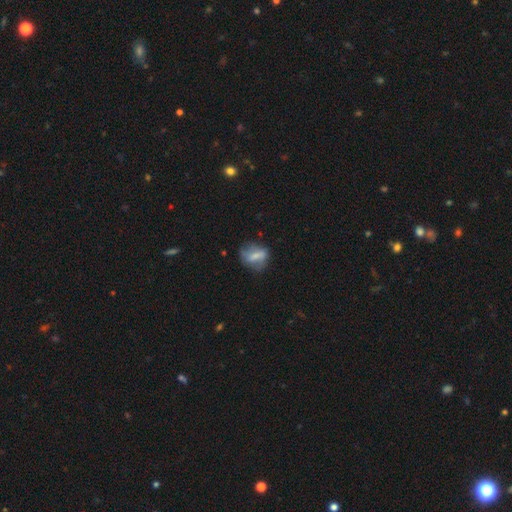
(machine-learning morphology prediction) Smooth or featured? Predicted: smooth (p=0.52). How rounded? Predicted: in between (p=0.54). Merging? Predicted: none (p=0.60).